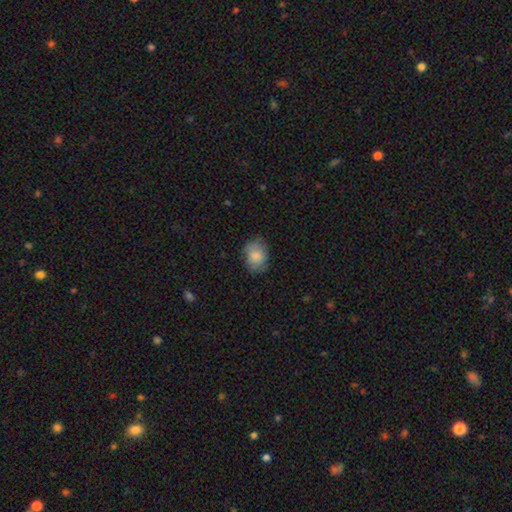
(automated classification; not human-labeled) Morphology: type=smooth (82%); roundness=in between (61%); merging=none (72%).